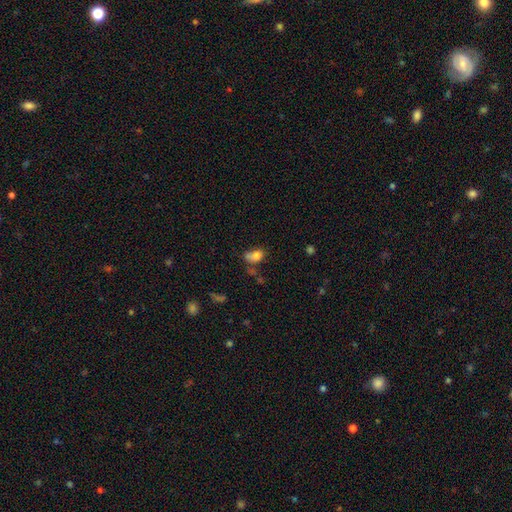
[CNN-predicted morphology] smooth 77%, star or artifact 12%, featured or disk 11%. Down the decision tree: how rounded — in between (77%); merging — none (38%).